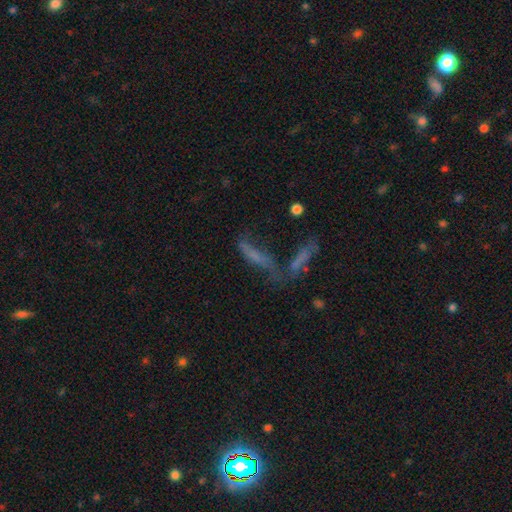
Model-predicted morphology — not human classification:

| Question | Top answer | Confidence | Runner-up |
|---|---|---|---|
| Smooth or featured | smooth | 47% | featured or disk (33%) |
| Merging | merger | 41% | none (28%) |